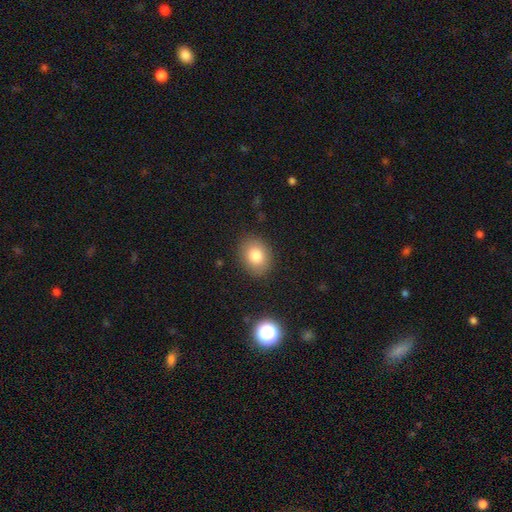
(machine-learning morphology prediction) type=smooth (80%); roundness=in between (53%); merging=none (86%).